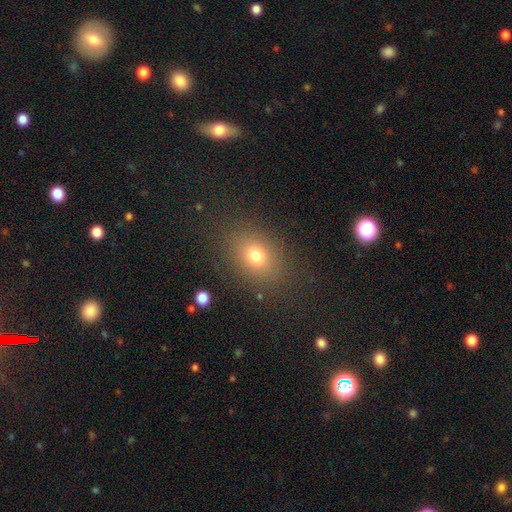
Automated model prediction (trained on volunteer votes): Smooth or featured?
  - smooth: 74% *
  - star or artifact: 15%
  - featured or disk: 11%
How rounded?
  - in between: 64% *
  - round: 35%
  - cigar-shaped: 2%
Merging?
  - none: 84% *
  - minor disturbance: 10%
  - major disturbance: 5%
  - merger: 1%